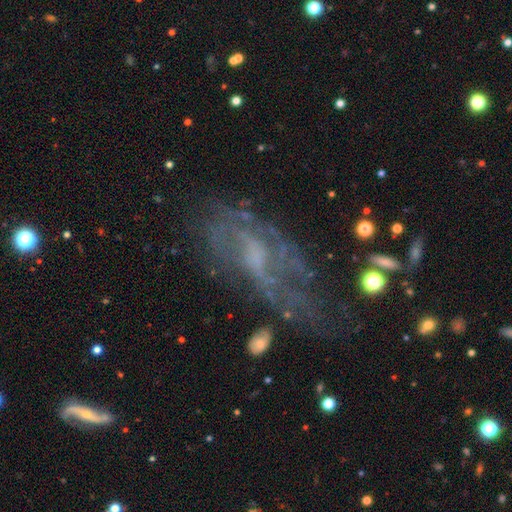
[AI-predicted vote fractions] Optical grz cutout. It shows a featured or disk galaxy (67%) with no bar (49%), spiral arms (65%) and a small central bulge (37%). Merging: none (45%).